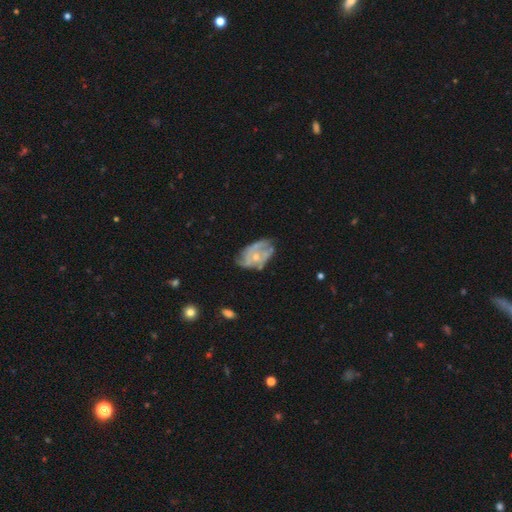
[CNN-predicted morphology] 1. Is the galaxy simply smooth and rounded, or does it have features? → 73% featured or disk, 21% smooth, 6% star or artifact.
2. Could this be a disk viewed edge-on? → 97% no, 3% yes.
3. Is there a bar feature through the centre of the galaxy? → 82% no, 15% weak, 3% strong.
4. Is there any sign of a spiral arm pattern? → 71% yes, 29% no.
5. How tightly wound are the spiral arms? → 44% tight, 38% medium, 19% loose.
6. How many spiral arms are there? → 42% can't tell, 22% 3, 17% 2, 10% 4, 5% 1, 4% more than 4.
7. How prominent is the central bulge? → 55% small, 41% moderate, 2% none, 1% large, 1% dominant.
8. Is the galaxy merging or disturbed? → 51% none, 30% minor disturbance, 16% major disturbance, 3% merger.